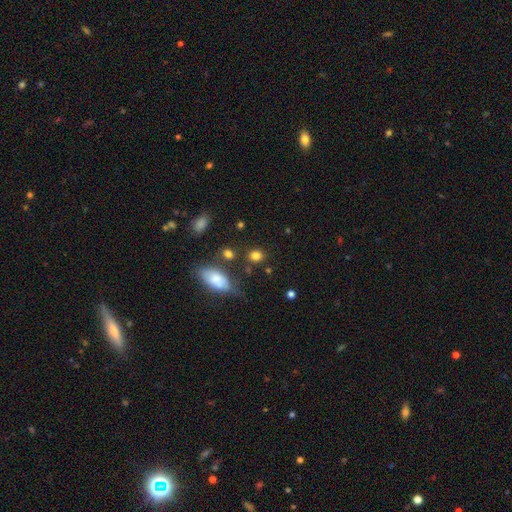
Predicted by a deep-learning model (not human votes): Smooth or featured?
  - smooth: 82% *
  - star or artifact: 12%
  - featured or disk: 6%
How rounded?
  - round: 70% *
  - in between: 28%
  - cigar-shaped: 2%
Merging?
  - none: 77% *
  - minor disturbance: 12%
  - merger: 7%
  - major disturbance: 4%